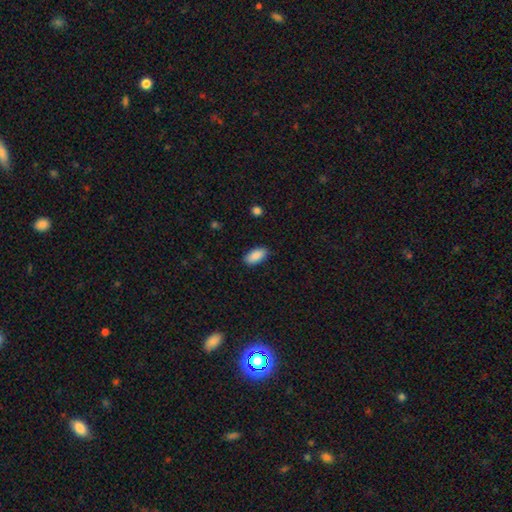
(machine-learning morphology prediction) Smooth or featured: smooth — 89% (star or artifact — 7%)
How rounded: in between — 92% (cigar-shaped — 5%)
Merging: none — 86% (minor disturbance — 11%)